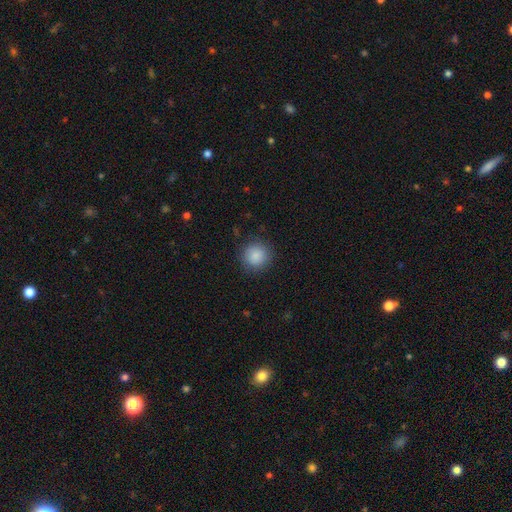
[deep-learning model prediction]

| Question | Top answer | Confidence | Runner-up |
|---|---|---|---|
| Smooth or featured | smooth | 88% | star or artifact (9%) |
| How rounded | round | 92% | in between (7%) |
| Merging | none | 88% | minor disturbance (8%) |